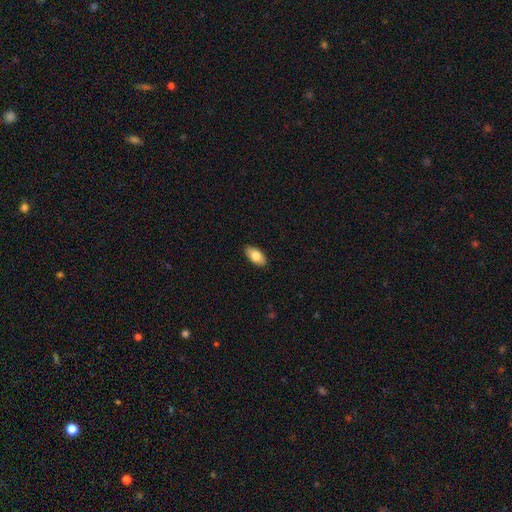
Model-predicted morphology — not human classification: Smooth or featured? smooth (83%)
How rounded? in between (93%)
Merging? none (89%)